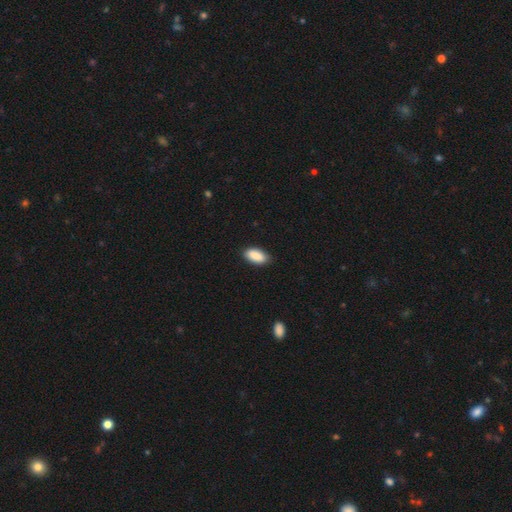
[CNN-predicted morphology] Overall: smooth (90%). How rounded: in between (92%). Merging: none (87%).